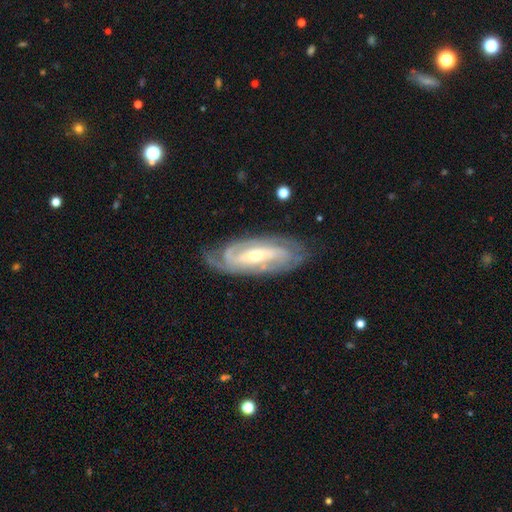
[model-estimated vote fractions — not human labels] featured or disk 87%, smooth 8%, star or artifact 5%. Down the decision tree: edge-on disk — no (91%); bar — no (35%); spiral arms — yes (95%); spiral arm count — 2 (41%); spiral winding — tight (65%); bulge size — small (50%); merging — none (77%).